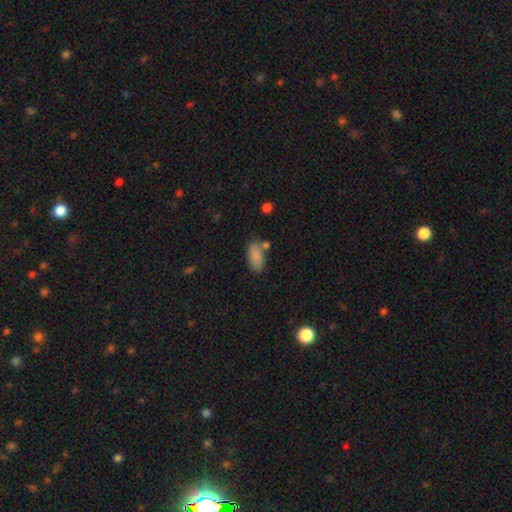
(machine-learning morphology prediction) A smooth galaxy with no disk features (85%) that is in between round and cigar-shaped (90%). Merging: none (64%).